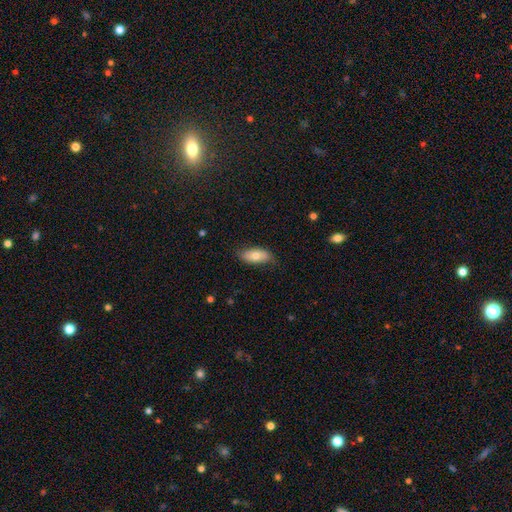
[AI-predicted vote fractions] Smooth or featured? Predicted: smooth (p=0.75). How rounded? Predicted: in between (p=0.87). Merging? Predicted: none (p=0.78).